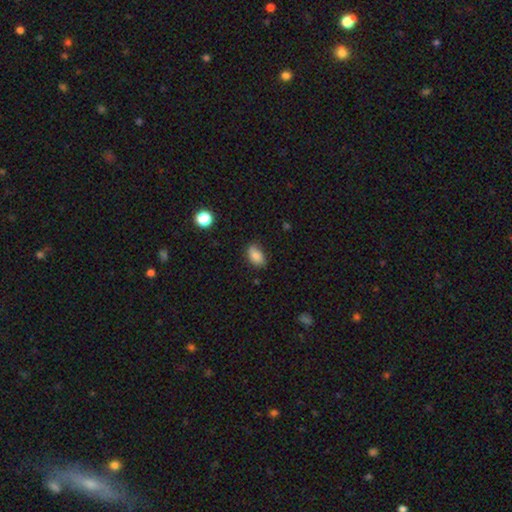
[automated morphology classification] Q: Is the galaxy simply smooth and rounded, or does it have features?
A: smooth — 85%.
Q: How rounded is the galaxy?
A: in between — 89%.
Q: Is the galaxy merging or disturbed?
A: none — 76%.